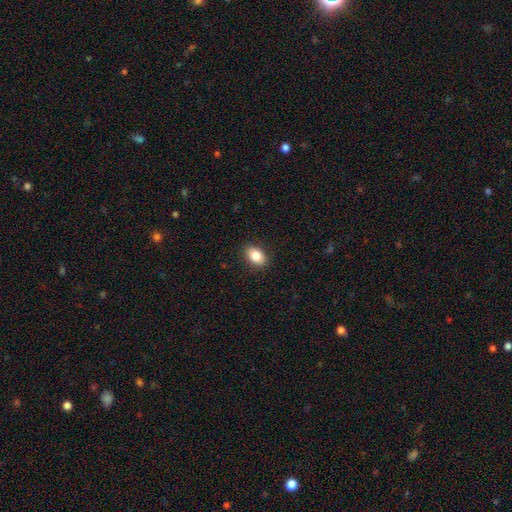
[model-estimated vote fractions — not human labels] smooth 83%, featured or disk 8%, star or artifact 8%. Down the decision tree: how rounded — in between (83%); merging — none (89%).